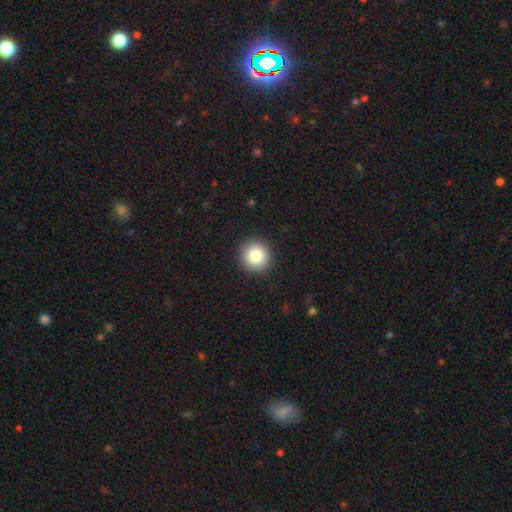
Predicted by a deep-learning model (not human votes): smooth_or_featured: smooth (p=0.83) [alt: star or artifact p=0.09]
how_rounded: round (p=0.93) [alt: in between p=0.06]
merging: none (p=0.92) [alt: minor disturbance p=0.05]